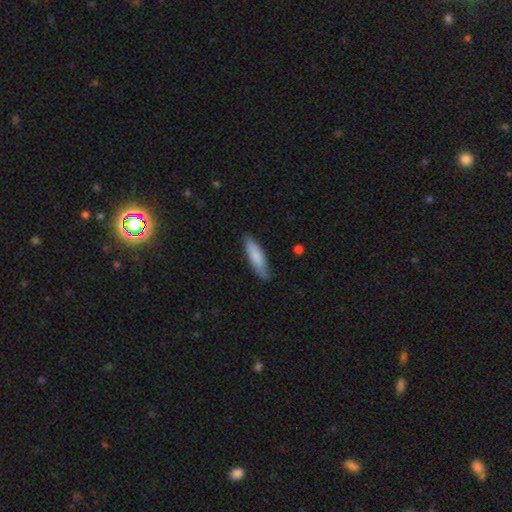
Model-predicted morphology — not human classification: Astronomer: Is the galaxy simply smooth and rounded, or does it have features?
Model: smooth — 81%.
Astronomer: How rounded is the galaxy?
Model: cigar-shaped — 59% (runner-up: in between, 40%).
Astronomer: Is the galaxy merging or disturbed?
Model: none — 79%.